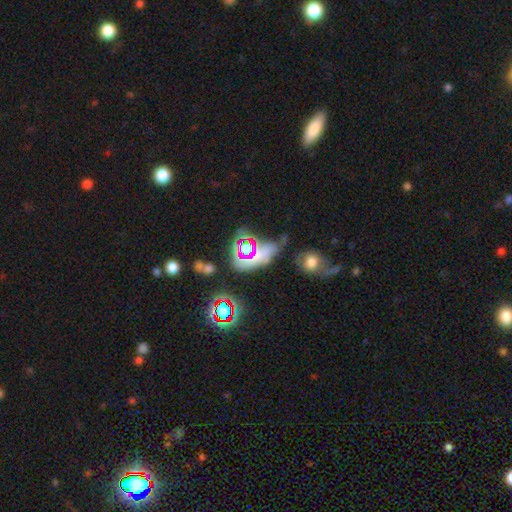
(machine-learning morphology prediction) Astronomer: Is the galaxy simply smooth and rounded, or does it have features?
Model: star or artifact — 50% (runner-up: smooth, 34%).